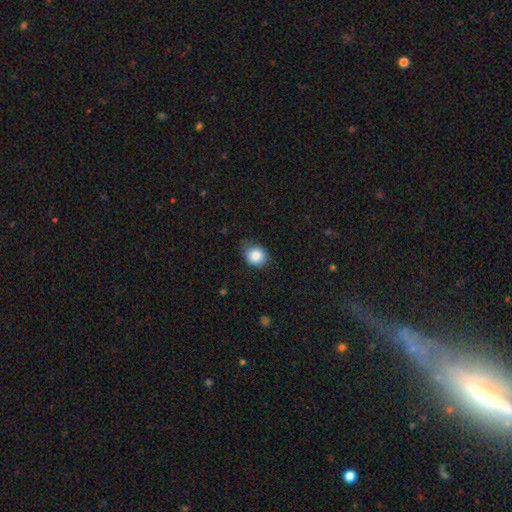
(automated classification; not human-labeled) smooth 85%, star or artifact 9%, featured or disk 5%. Down the decision tree: how rounded — round (70%); merging — none (72%).